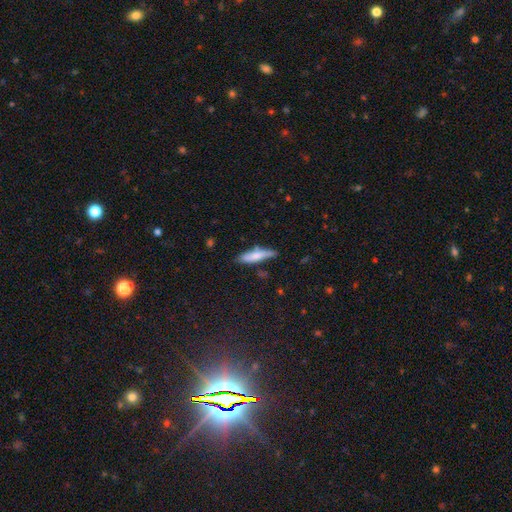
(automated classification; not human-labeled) A smooth galaxy with no disk features (71%) that is cigar-shaped (79%).

Vote fractions:
- Smooth or featured? smooth: 71% / featured or disk: 22% / star or artifact: 7%
- How rounded? cigar-shaped: 79% / in between: 20% / round: 2%
- Merging? none: 73% / minor disturbance: 19% / merger: 4% / major disturbance: 4%